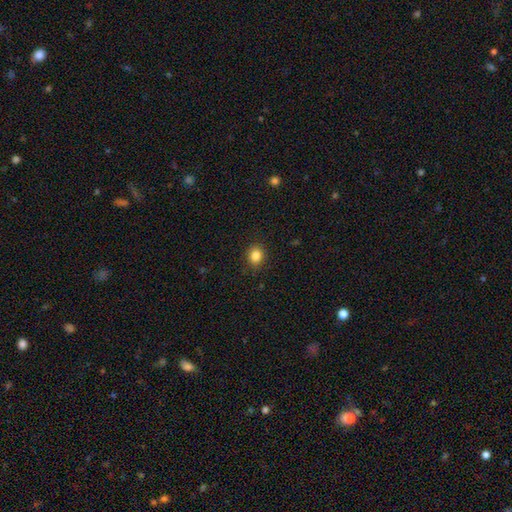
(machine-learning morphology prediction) This is clearly a smooth galaxy (85%). How rounded: likely round (72%). Merging: clearly none (89%).